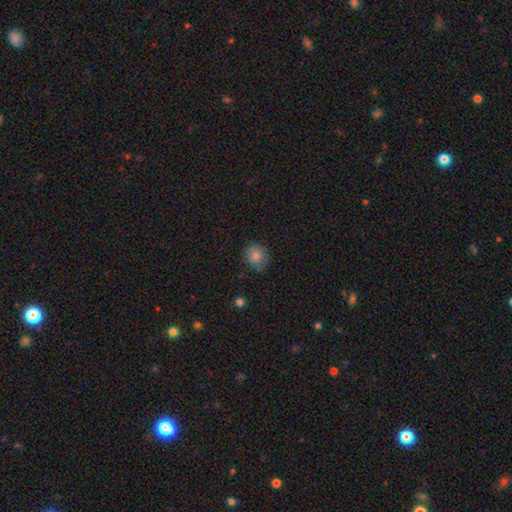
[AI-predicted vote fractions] This is clearly a smooth galaxy (81%). How rounded: likely round (77%). Merging: likely none (80%).